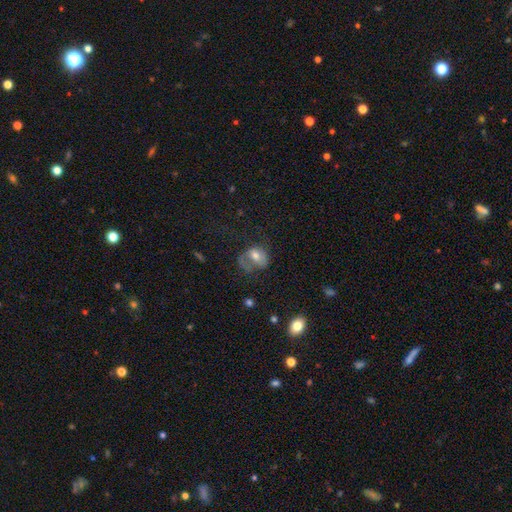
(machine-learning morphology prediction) Smooth or featured: smooth — 56% (featured or disk — 34%)
How rounded: in between — 61% (round — 37%)
Merging: major disturbance — 43% (none — 30%)